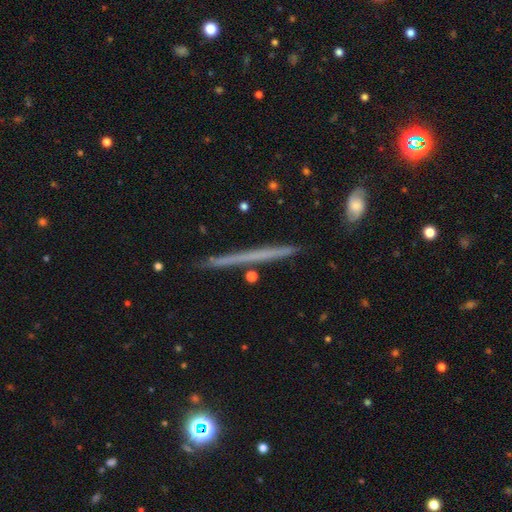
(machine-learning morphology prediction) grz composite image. It shows a featured or disk galaxy (55%) viewed edge-on (96%) with no central bulge (81%). Merging: none (88%).